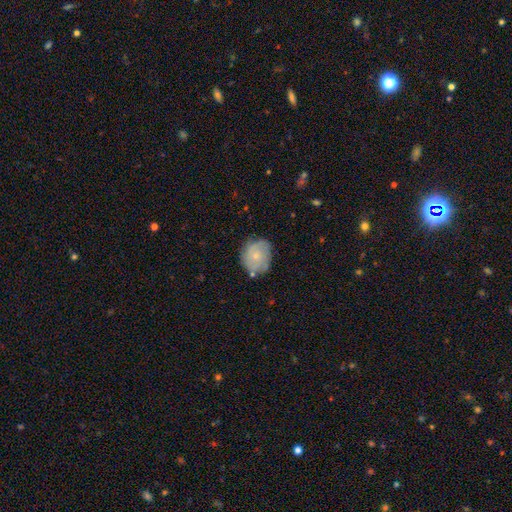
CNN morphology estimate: smooth 47%, featured or disk 46%, star or artifact 7%. Down the decision tree: merging — none (70%).